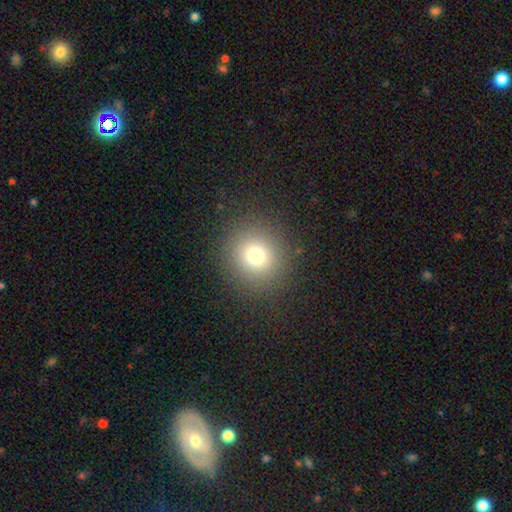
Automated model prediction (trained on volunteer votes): This is likely a smooth galaxy (74%). How rounded: clearly round (93%). Merging: clearly none (89%).